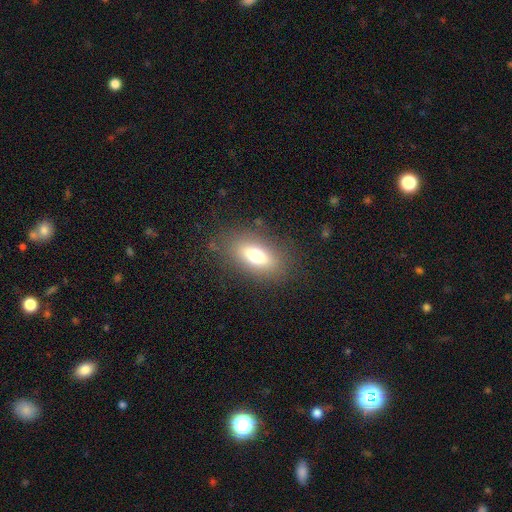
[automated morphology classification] The model was most divided on "smooth or featured": smooth: 71%, featured or disk: 19%, star or artifact: 10%. More confident: how rounded — in between (82%); merging — none (81%).